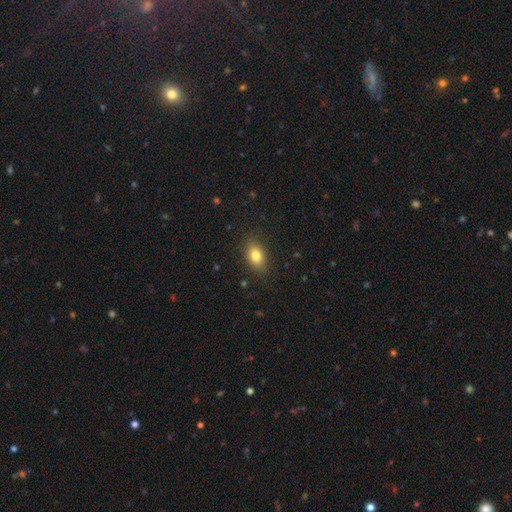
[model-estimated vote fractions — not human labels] This appears to be a smooth galaxy with no disk features (80%) that is in between round and cigar-shaped (82%). Merging: none (84%).